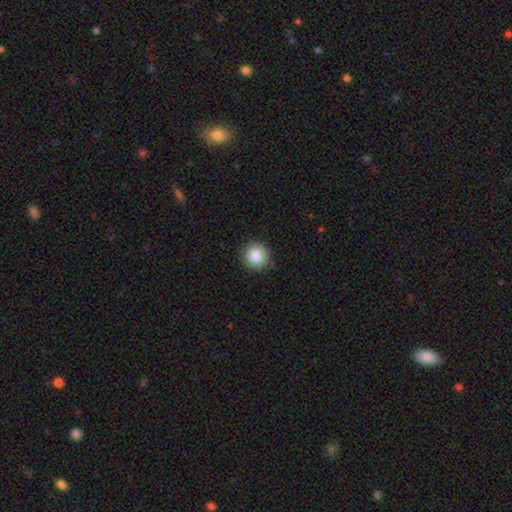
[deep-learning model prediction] Morphology: type=smooth (85%); roundness=round (94%); merging=none (90%).